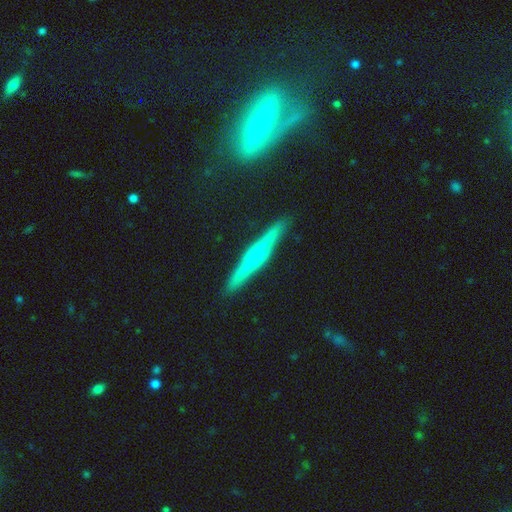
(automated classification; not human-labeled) This is likely a featured or disk galaxy (72%). It is clearly viewed edge-on (97%). Edge-on bulge: likely rounded (79%). Merging: clearly none (90%).